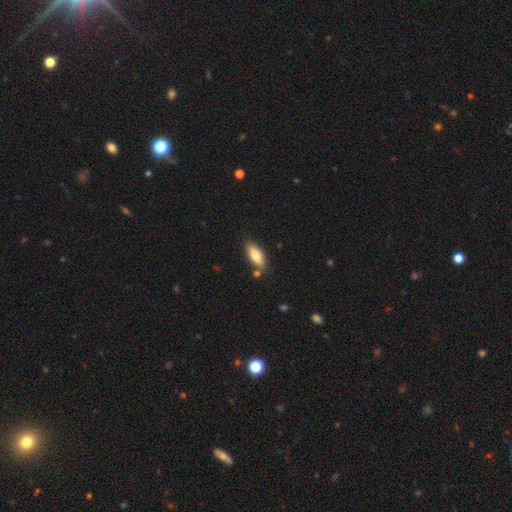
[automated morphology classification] Q: Smooth or featured?
A: smooth (72%); runner-up: featured or disk (21%)
Q: How rounded?
A: in between (68%); runner-up: cigar-shaped (30%)
Q: Merging?
A: none (80%); runner-up: minor disturbance (12%)